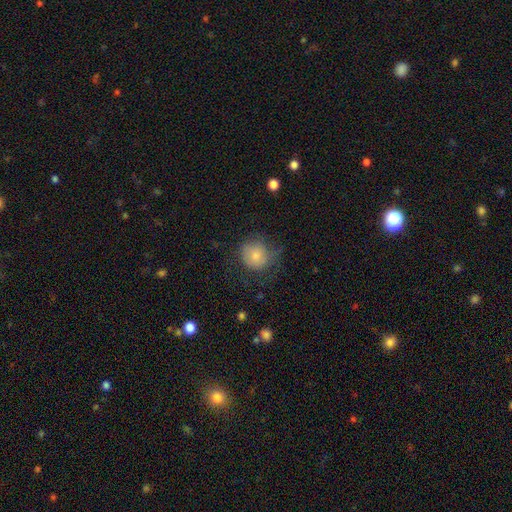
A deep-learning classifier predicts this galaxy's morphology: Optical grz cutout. It shows a smooth galaxy with no disk features (78%) that is round (86%). Merging: none (58%).